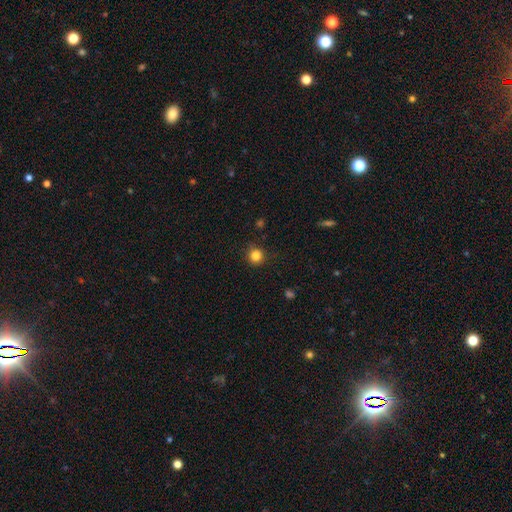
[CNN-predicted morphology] Smooth or featured: smooth — 84% (star or artifact — 12%)
How rounded: round — 93% (in between — 6%)
Merging: none — 85% (minor disturbance — 11%)